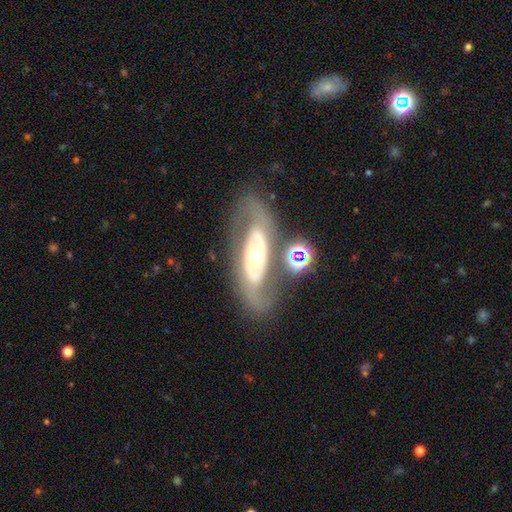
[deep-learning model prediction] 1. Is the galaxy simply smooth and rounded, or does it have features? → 78% featured or disk, 15% smooth, 7% star or artifact.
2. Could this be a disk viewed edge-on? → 89% no, 11% yes.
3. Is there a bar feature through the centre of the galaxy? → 67% no, 20% weak, 13% strong.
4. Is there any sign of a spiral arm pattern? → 66% yes, 34% no.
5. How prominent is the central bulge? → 61% moderate, 28% small, 8% large, 2% dominant, 1% none.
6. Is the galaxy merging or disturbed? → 67% none, 14% minor disturbance, 11% major disturbance, 7% merger.